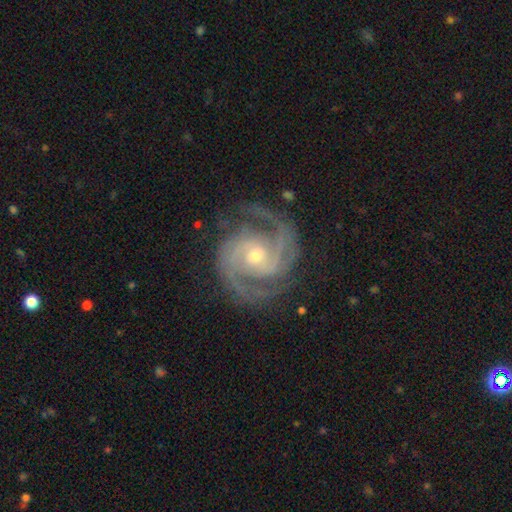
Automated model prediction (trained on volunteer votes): This appears to be a featured or disk galaxy (93%) with no bar (57%), 2 (73%) tight (50%) spiral arms (99%) and a small central bulge (56%). Merging: none (80%).